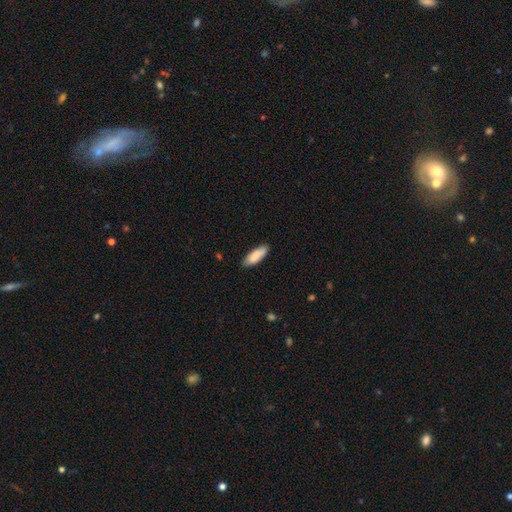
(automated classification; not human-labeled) Smooth or featured?
  - smooth: 86% *
  - featured or disk: 8%
  - star or artifact: 5%
How rounded?
  - in between: 62% *
  - cigar-shaped: 37%
  - round: 1%
Merging?
  - none: 85% *
  - minor disturbance: 12%
  - major disturbance: 2%
  - merger: 1%